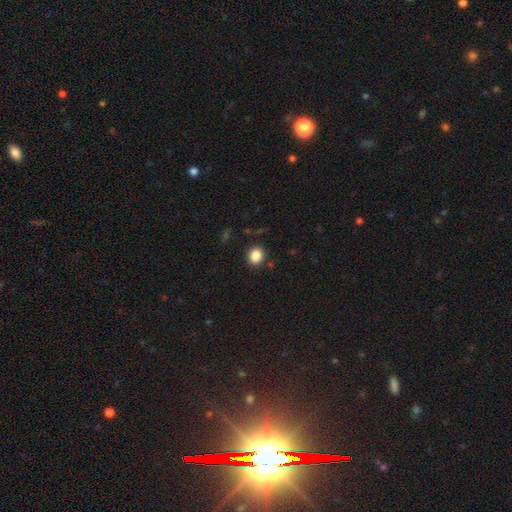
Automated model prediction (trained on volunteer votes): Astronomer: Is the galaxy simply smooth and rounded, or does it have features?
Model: smooth — 87%.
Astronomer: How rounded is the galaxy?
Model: round — 62%.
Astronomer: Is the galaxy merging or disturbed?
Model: none — 88%.